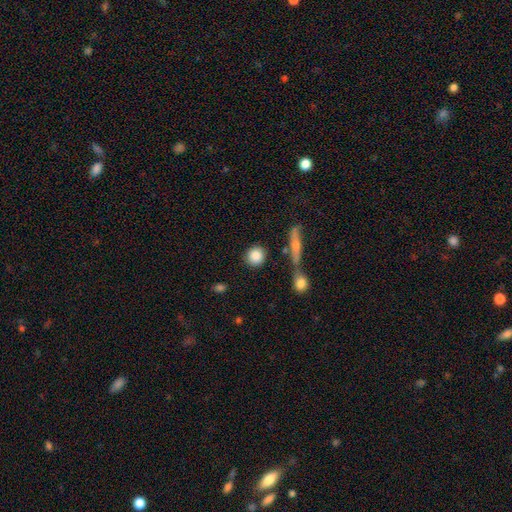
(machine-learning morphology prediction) smooth 85%, star or artifact 8%, featured or disk 7%. Down the decision tree: how rounded — round (86%); merging — none (79%).